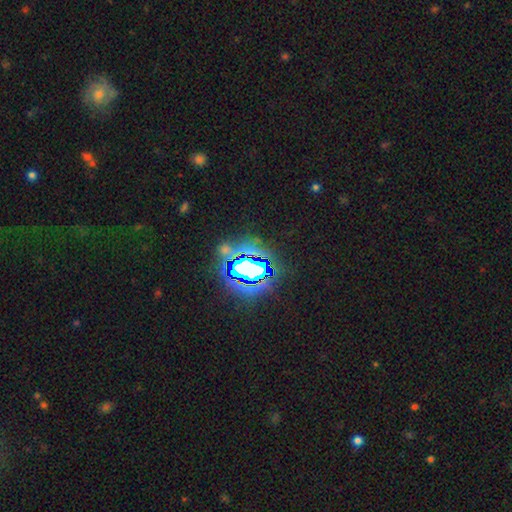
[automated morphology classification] type=star or artifact (82%).